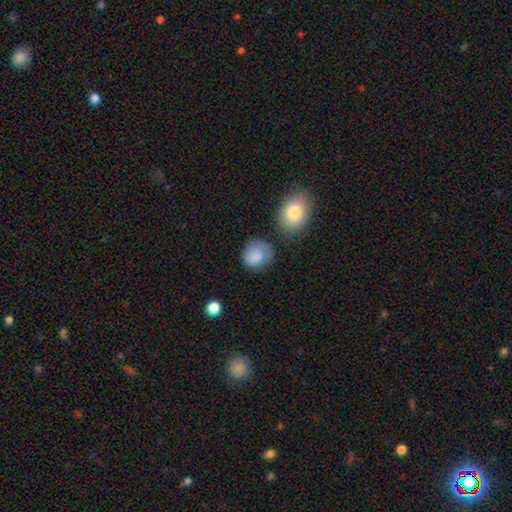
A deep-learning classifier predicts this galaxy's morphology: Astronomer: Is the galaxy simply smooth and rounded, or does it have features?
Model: smooth — 81%.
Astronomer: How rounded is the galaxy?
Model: round — 78%.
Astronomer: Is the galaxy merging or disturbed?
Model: none — 57%.